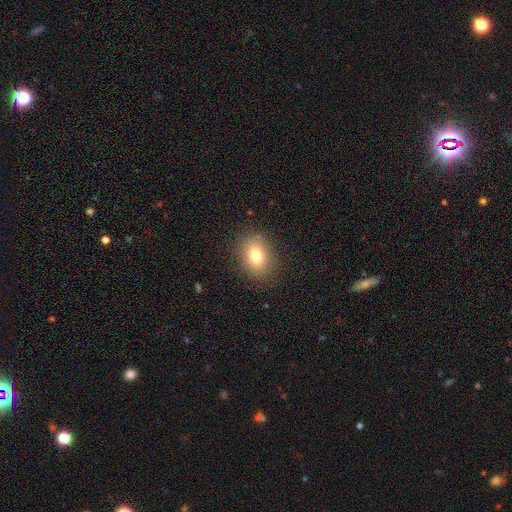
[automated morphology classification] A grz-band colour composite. It shows a smooth galaxy with no disk features (77%) that is in between round and cigar-shaped (61%). Merging: none (85%).